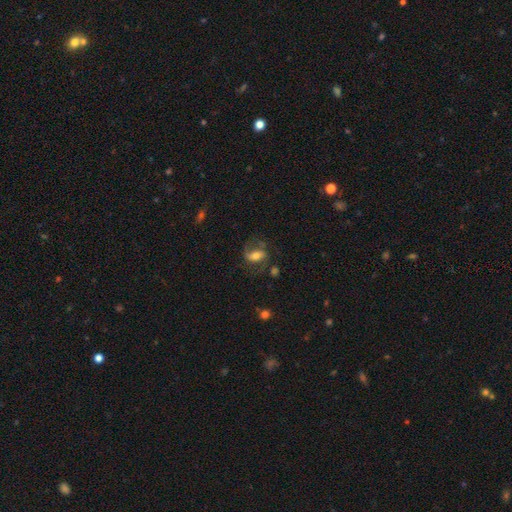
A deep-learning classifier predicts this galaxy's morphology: featured or disk 57%, smooth 34%, star or artifact 9%. Down the decision tree: edge-on disk — no (94%); bar — strong (36%); spiral arms — yes (82%); bulge size — moderate (60%); merging — none (56%).